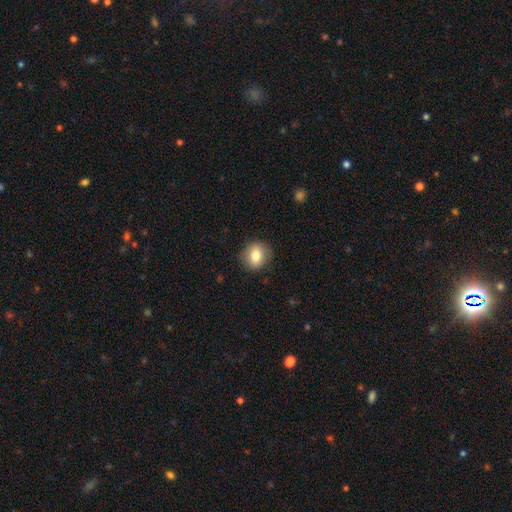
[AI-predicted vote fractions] This is likely a smooth galaxy (77%). How rounded: likely round (66%). Merging: clearly none (85%).